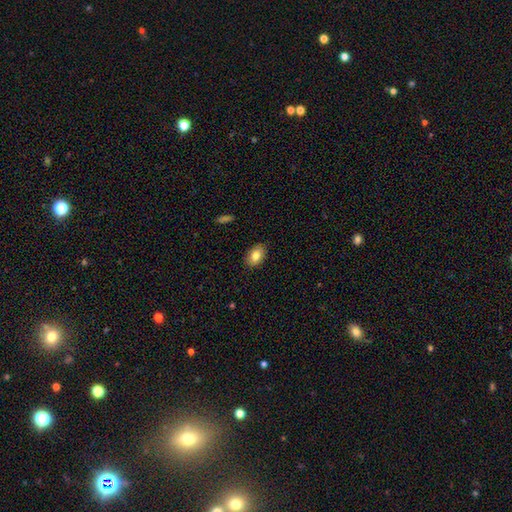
Morphology: type=smooth (90%); roundness=in between (100%); merging=none (85%).